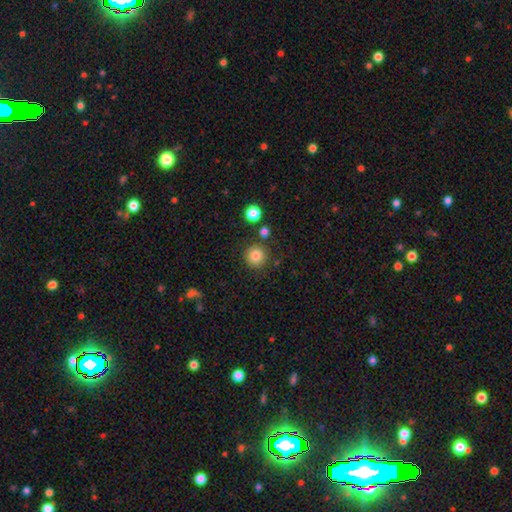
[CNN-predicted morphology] Smooth or featured: smooth — 84% (star or artifact — 11%)
How rounded: round — 94% (in between — 5%)
Merging: none — 86% (minor disturbance — 7%)